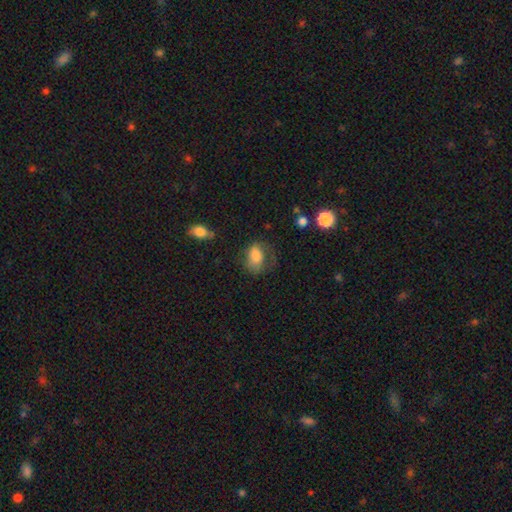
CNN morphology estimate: Smooth or featured?
  - smooth: 74% *
  - featured or disk: 17%
  - star or artifact: 9%
How rounded?
  - in between: 79% *
  - round: 20%
  - cigar-shaped: 2%
Merging?
  - none: 43% *
  - minor disturbance: 28%
  - major disturbance: 26%
  - merger: 3%